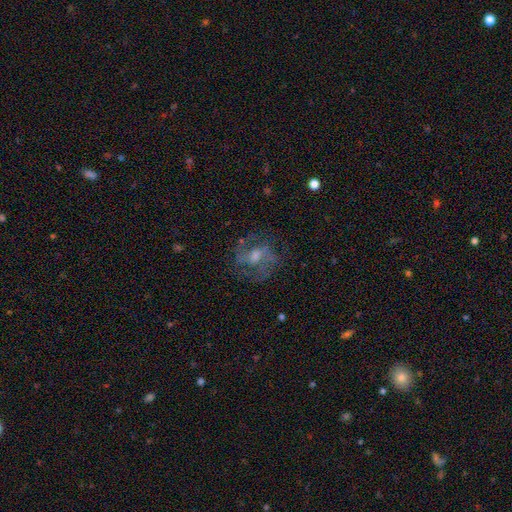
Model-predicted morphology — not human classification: A featured or disk galaxy (71%) with a weak bar (46%), 2 (59%) medium (51%) spiral arms (84%) and a moderate central bulge (51%). Merging: none (70%).